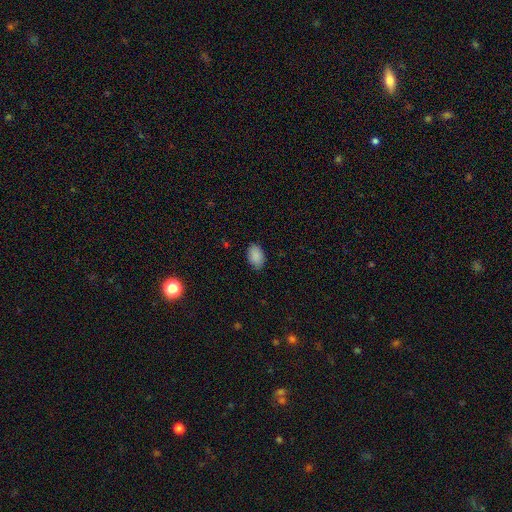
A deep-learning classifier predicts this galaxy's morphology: The model was most divided on "merging": none: 83%, minor disturbance: 14%, major disturbance: 3%, merger: 1%. More confident: smooth or featured — smooth (89%); how rounded — in between (89%).